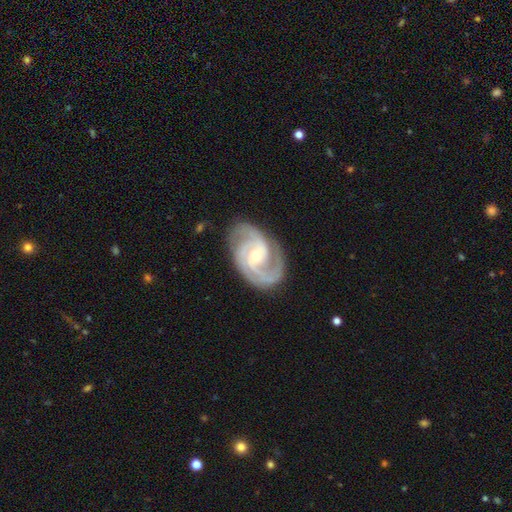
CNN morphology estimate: This is clearly a featured or disk galaxy (92%). It is clearly not viewed edge-on (97%). Bar: possibly no (51%). Spiral arm pattern: clearly yes (98%). Spiral arm count: marginally 2 (42%). Spiral winding: possibly tight (52%). Central bulge: possibly moderate (49%). Merging: likely none (79%).